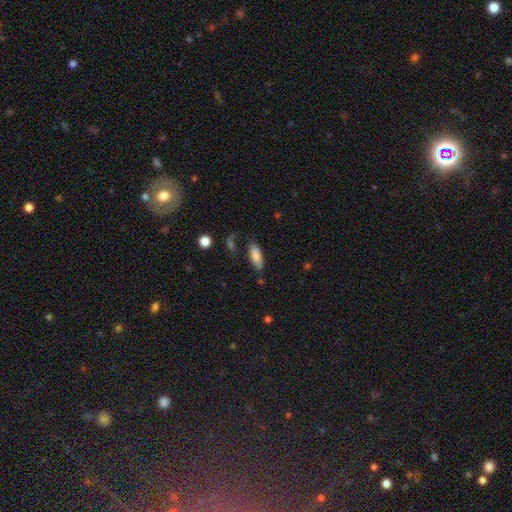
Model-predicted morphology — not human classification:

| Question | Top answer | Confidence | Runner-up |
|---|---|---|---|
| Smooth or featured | smooth | 82% | featured or disk (11%) |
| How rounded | in between | 79% | cigar-shaped (19%) |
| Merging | none | 63% | minor disturbance (24%) |